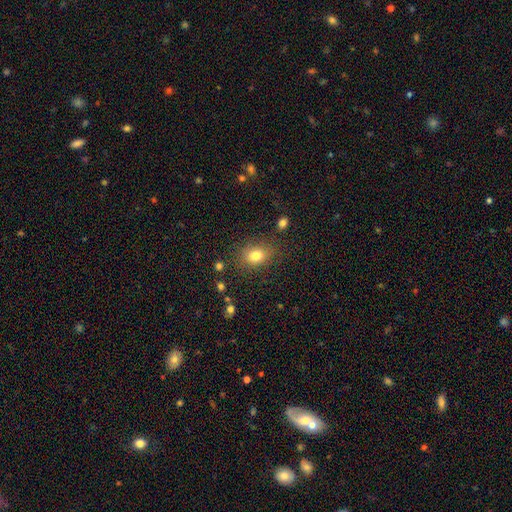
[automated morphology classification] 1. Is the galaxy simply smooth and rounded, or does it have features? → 80% smooth, 12% star or artifact, 8% featured or disk.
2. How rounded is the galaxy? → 57% in between, 42% round, 1% cigar-shaped.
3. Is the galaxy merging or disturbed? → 78% none, 14% minor disturbance, 5% major disturbance, 3% merger.